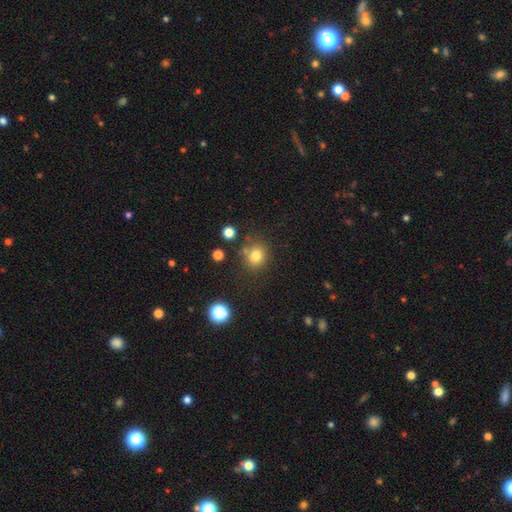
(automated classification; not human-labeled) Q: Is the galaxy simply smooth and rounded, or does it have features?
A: smooth — 77%.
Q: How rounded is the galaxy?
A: round — 81%.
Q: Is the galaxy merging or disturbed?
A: none — 75%.